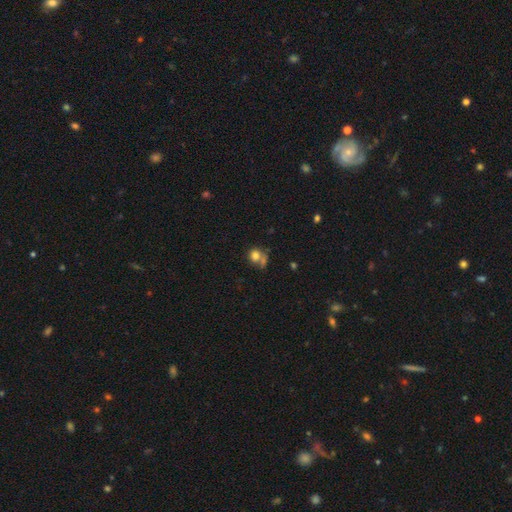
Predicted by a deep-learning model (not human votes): This is likely a smooth galaxy (77%). How rounded: likely round (77%). Merging: marginally none (44%).